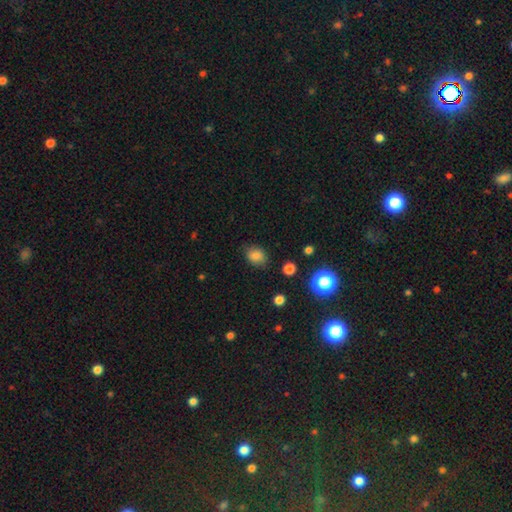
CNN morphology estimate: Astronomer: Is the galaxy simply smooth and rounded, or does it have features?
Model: smooth — 82%.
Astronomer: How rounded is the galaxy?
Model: round — 52% (runner-up: in between, 47%).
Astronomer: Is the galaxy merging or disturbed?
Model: none — 80%.